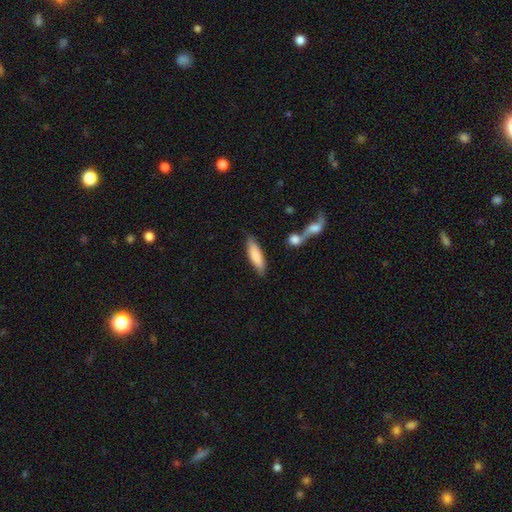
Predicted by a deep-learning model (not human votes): Smooth or featured? Predicted: smooth (p=0.80). How rounded? Predicted: cigar-shaped (p=0.60). Merging? Predicted: none (p=0.73).